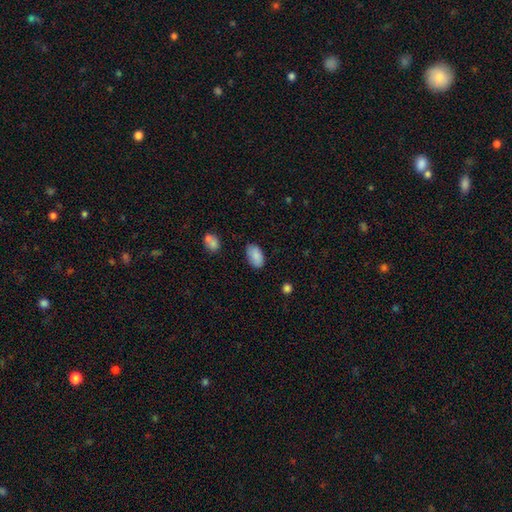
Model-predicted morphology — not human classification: Smooth or featured? smooth (87%)
How rounded? in between (94%)
Merging? none (80%)